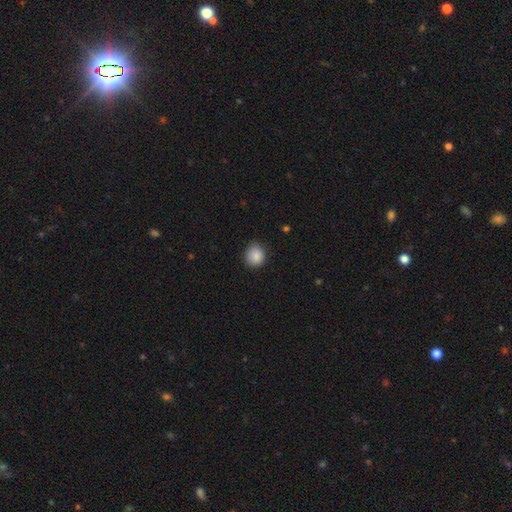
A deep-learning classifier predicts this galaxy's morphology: smooth_or_featured: smooth (p=0.87) [alt: star or artifact p=0.08]
how_rounded: round (p=0.77) [alt: in between p=0.22]
merging: none (p=0.77) [alt: minor disturbance p=0.19]